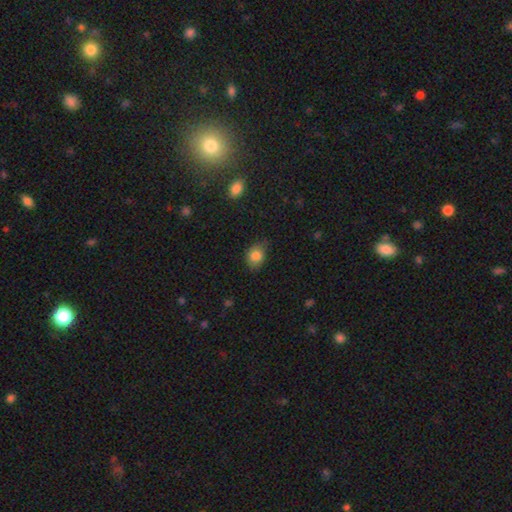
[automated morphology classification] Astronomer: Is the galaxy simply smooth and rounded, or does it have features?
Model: smooth — 83%.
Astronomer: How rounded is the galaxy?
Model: in between — 59% (runner-up: round, 40%).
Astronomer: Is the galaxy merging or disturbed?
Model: none — 67%.